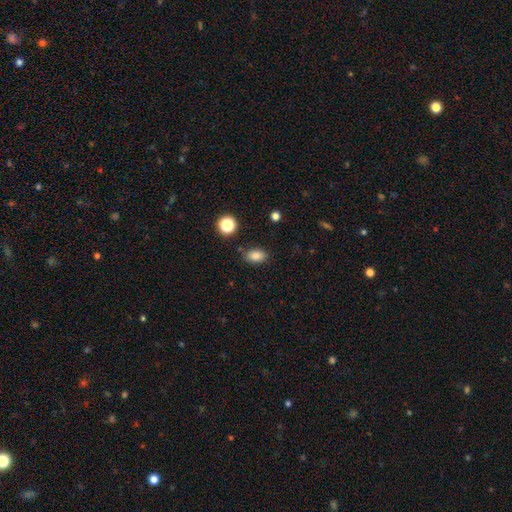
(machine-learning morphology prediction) type=smooth (83%); roundness=in between (84%); merging=none (82%).